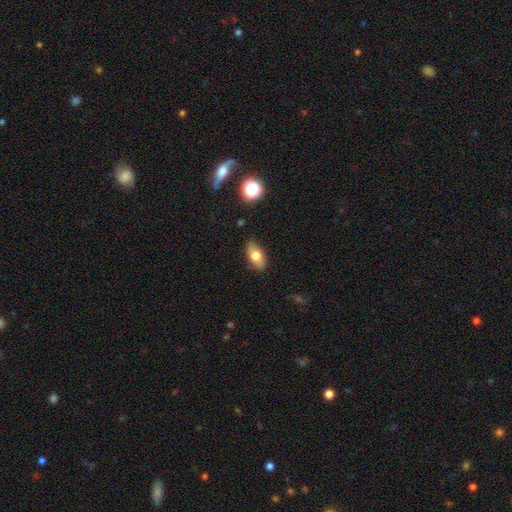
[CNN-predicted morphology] Smooth or featured: smooth — 74% (featured or disk — 18%)
How rounded: in between — 89% (cigar-shaped — 6%)
Merging: none — 86% (minor disturbance — 10%)